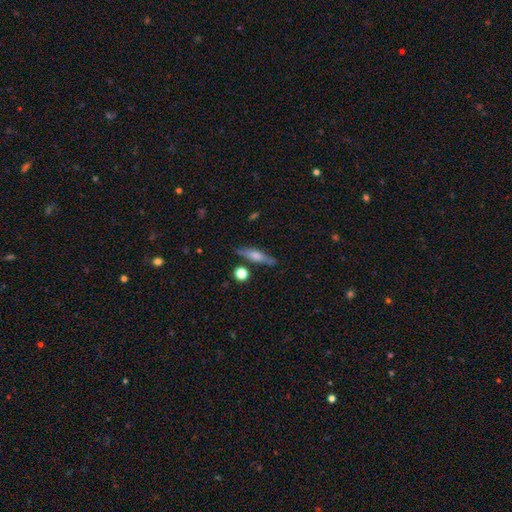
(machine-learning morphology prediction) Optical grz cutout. It shows a smooth galaxy with no disk features (55%) that is cigar-shaped (71%). Merging: none (76%).